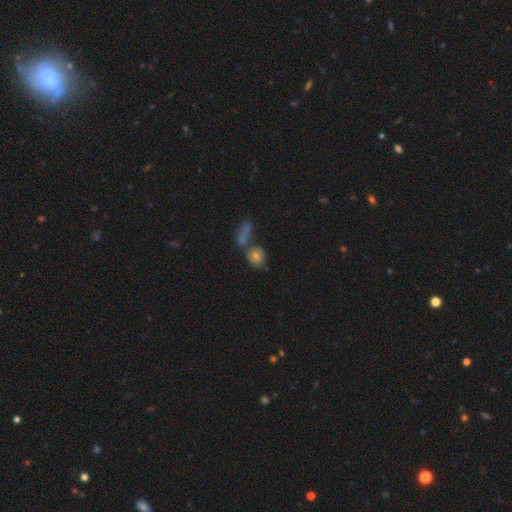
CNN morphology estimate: This is likely a smooth galaxy (68%). How rounded: likely round (69%). Merging: possibly none (50%).